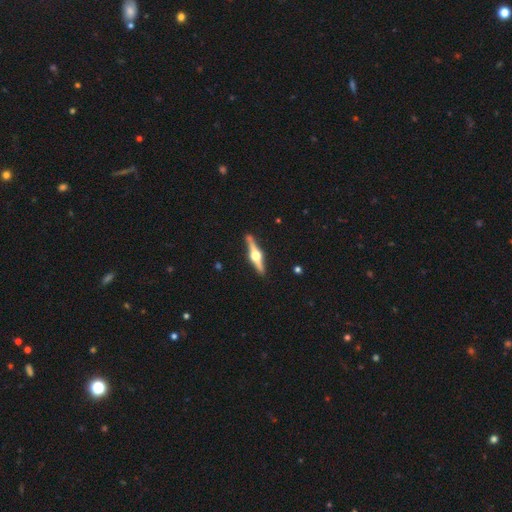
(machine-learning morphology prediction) This is clearly a featured or disk galaxy (83%). It is clearly viewed edge-on (98%). Edge-on bulge: clearly rounded (96%). Merging: clearly none (89%).